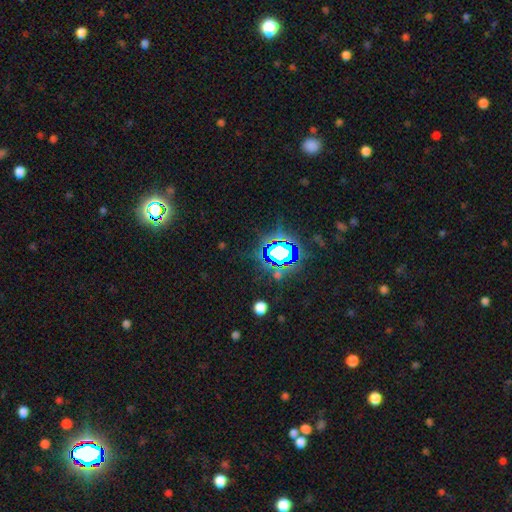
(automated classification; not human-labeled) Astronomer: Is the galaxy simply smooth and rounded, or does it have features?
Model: star or artifact — 82%.